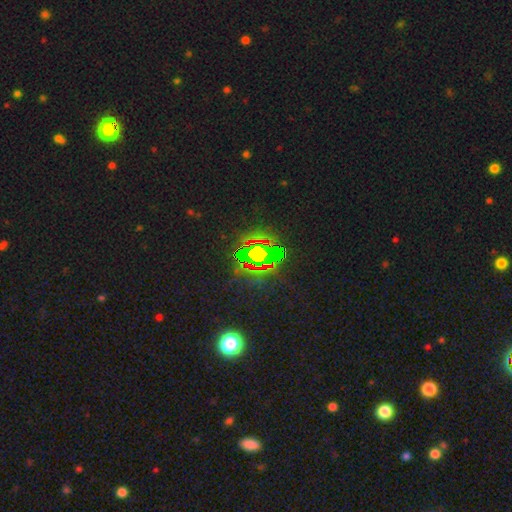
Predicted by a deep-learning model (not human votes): star or artifact 66%, smooth 18%, featured or disk 16%.